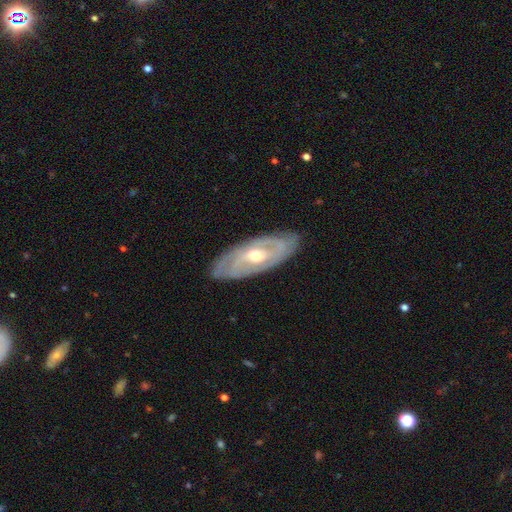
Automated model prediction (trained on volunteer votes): Smooth or featured? Predicted: featured or disk (p=0.76). Edge-on disk? Predicted: no (p=0.85). Bar? Predicted: no (p=0.42). Spiral arms? Predicted: yes (p=0.75). Bulge size? Predicted: moderate (p=0.65). Merging? Predicted: none (p=0.83).